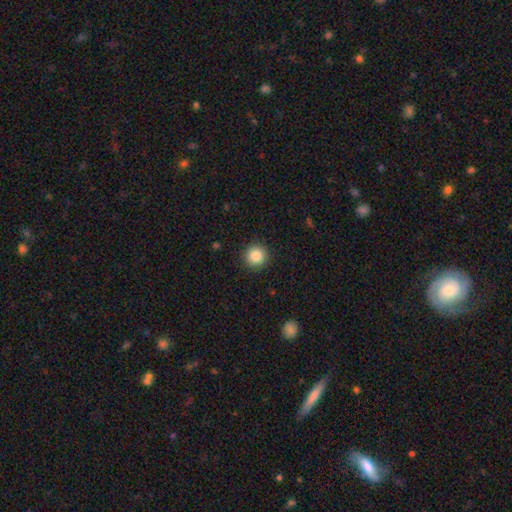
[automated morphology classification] Smooth or featured?
  - smooth: 87% *
  - star or artifact: 9%
  - featured or disk: 4%
How rounded?
  - round: 95% *
  - in between: 4%
  - cigar-shaped: 1%
Merging?
  - none: 92% *
  - minor disturbance: 5%
  - major disturbance: 2%
  - merger: 1%